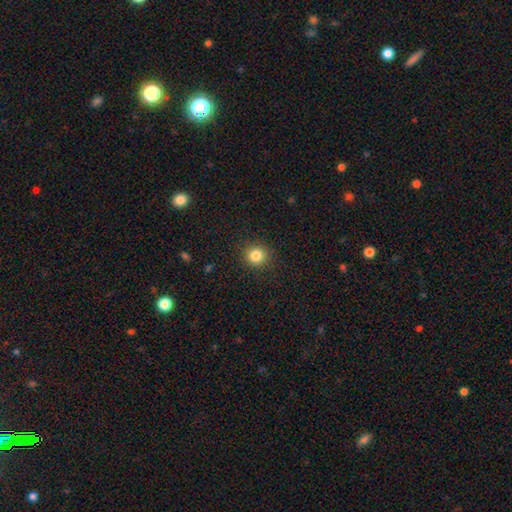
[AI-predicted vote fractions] A smooth galaxy with no disk features (83%) that is round (91%).

Vote fractions:
- Smooth or featured? smooth: 83% / star or artifact: 12% / featured or disk: 5%
- How rounded? round: 91% / in between: 8% / cigar-shaped: 1%
- Merging? none: 90% / minor disturbance: 6% / major disturbance: 2% / merger: 1%